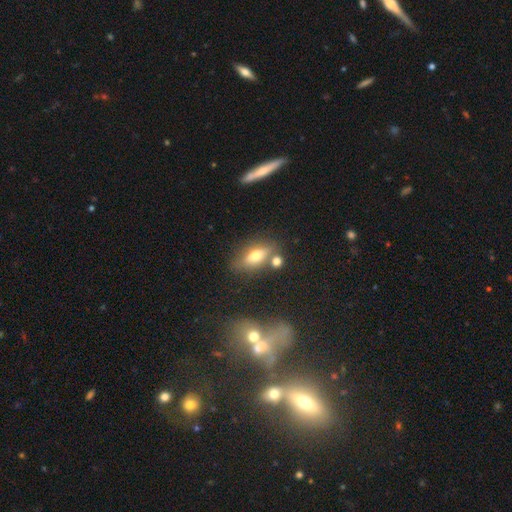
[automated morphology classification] This is likely a smooth galaxy (67%). How rounded: likely in between (78%). Merging: likely none (67%).